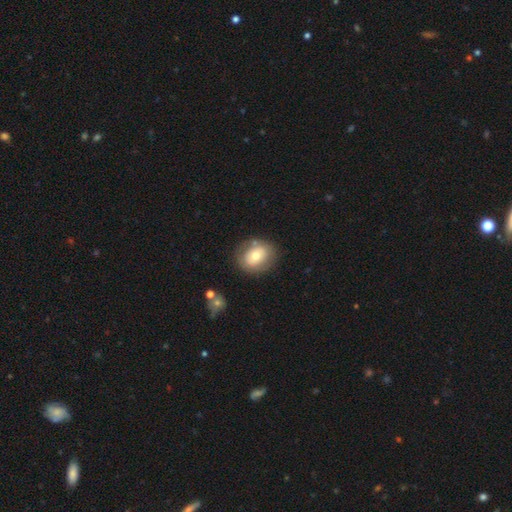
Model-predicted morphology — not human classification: type=smooth (62%); roundness=round (56%); merging=none (79%).